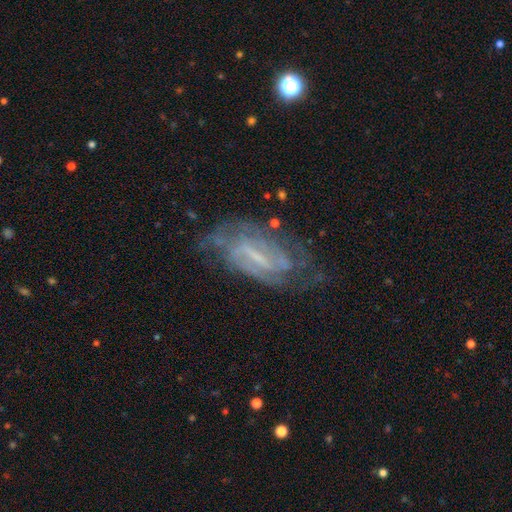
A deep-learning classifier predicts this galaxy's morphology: Smooth or featured? featured or disk (78%)
Edge-on disk? no (91%)
Bar? weak (43%)
Spiral arms? yes (83%)
Spiral winding? tight (46%)
Spiral arm count? can't tell (41%)
Bulge size? small (44%)
Merging? none (58%)